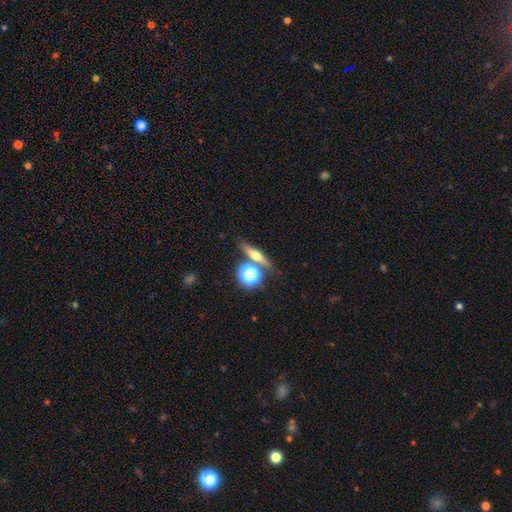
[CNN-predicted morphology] type=smooth (43%, tied with featured or disk); merging=none (74%).